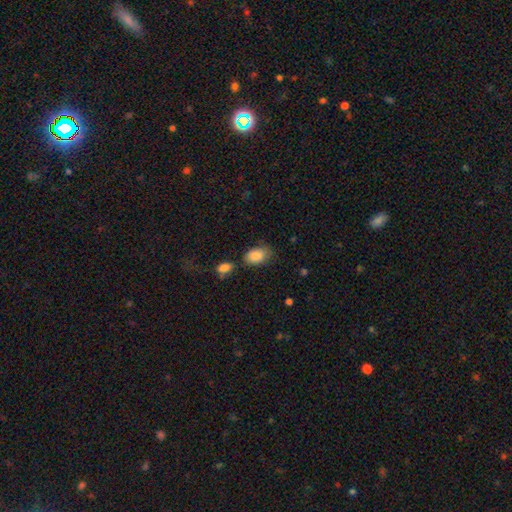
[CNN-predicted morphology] smooth 86%, featured or disk 7%, star or artifact 7%. Down the decision tree: how rounded — in between (91%); merging — none (64%).